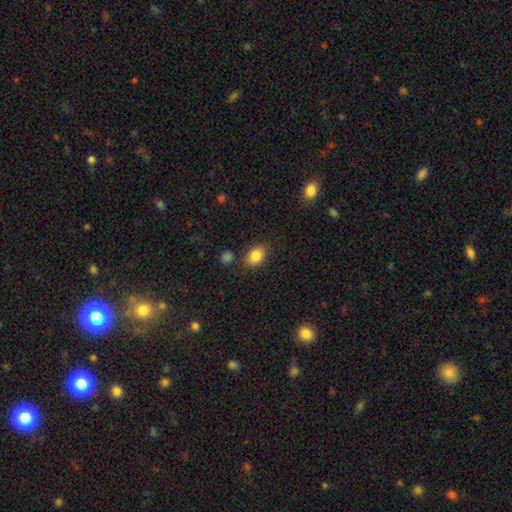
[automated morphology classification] Smooth or featured? Predicted: smooth (p=0.85). How rounded? Predicted: in between (p=0.74). Merging? Predicted: none (p=0.79).